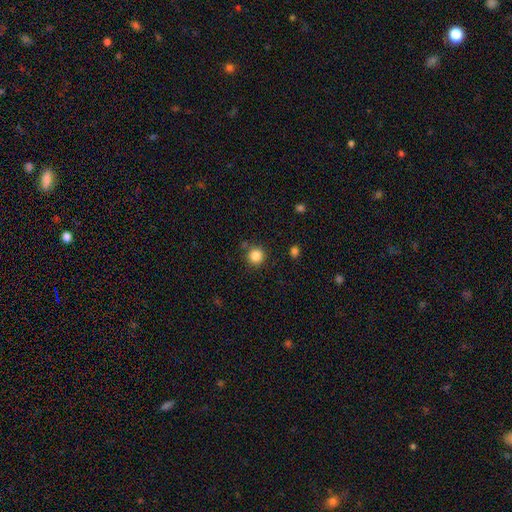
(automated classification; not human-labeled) A smooth galaxy with no disk features (85%) that is round (94%). Merging: none (84%).